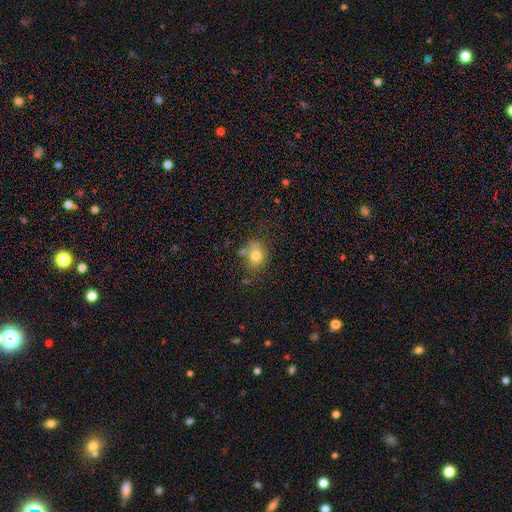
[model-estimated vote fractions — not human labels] Smooth or featured: smooth — 73% (featured or disk — 15%)
How rounded: round — 51% (in between — 48%)
Merging: none — 50% (minor disturbance — 22%)